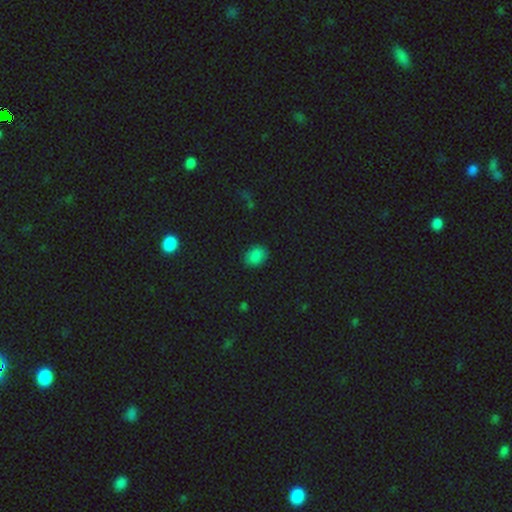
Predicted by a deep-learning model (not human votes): Overall: smooth (83%). How rounded: in between (66%; round 32%). Merging: none (85%).